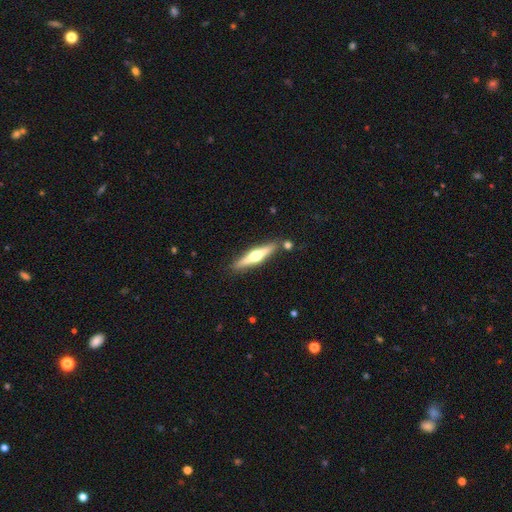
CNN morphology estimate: type=featured or disk (69%); edge-on=yes (97%); edge-on bulge=rounded (96%); merging=none (85%).